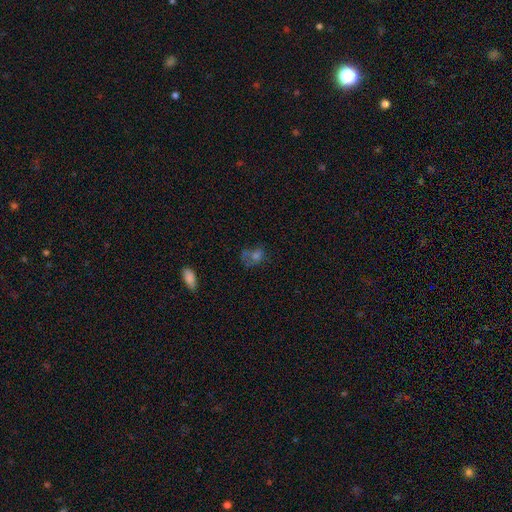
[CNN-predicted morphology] smooth_or_featured: smooth (p=0.50) [alt: star or artifact p=0.25]
how_rounded: in between (p=0.50) [alt: round p=0.48]
merging: none (p=0.44) [alt: minor disturbance p=0.22]